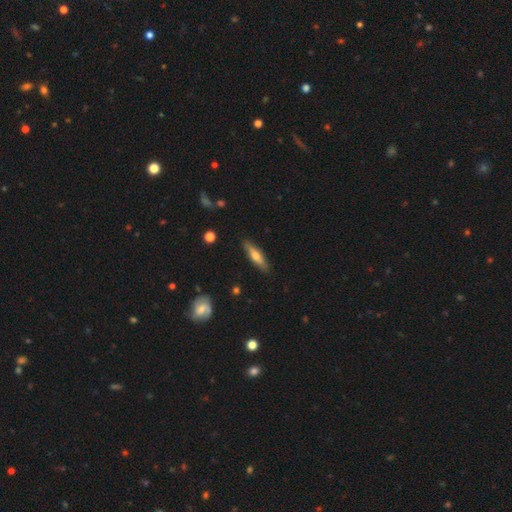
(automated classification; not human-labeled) smooth-or-featured: smooth: 47% (tied) | featured or disk: 47% (tied) | star or artifact: 6%
  merging: none: 86% | minor disturbance: 11% | major disturbance: 2% | merger: 1%